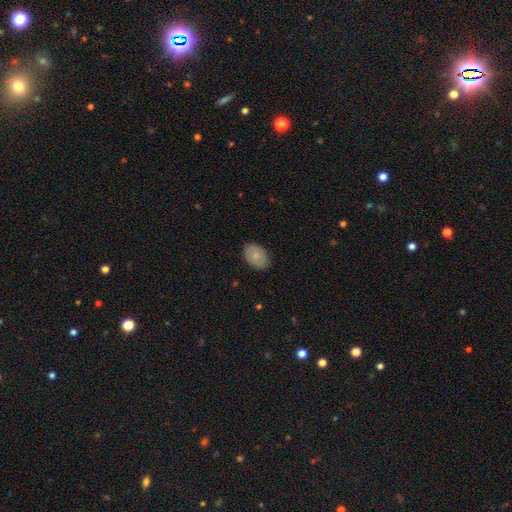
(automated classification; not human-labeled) A smooth galaxy with no disk features (77%) that is in between round and cigar-shaped (83%).

Vote fractions:
- Smooth or featured? smooth: 77% / featured or disk: 16% / star or artifact: 6%
- How rounded? in between: 83% / round: 16% / cigar-shaped: 1%
- Merging? none: 85% / minor disturbance: 12% / major disturbance: 2% / merger: 1%